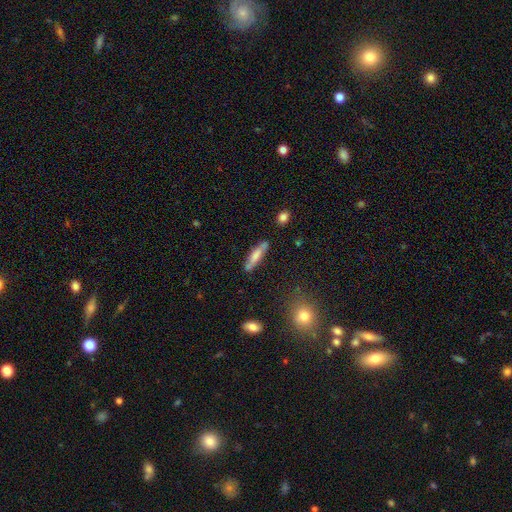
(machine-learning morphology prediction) type=smooth (62%); roundness=cigar-shaped (80%); merging=none (77%).